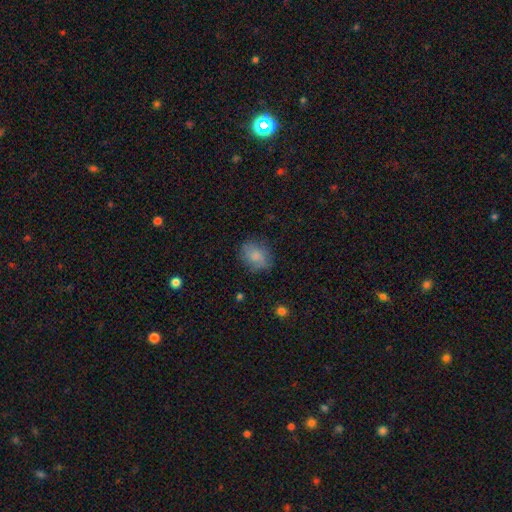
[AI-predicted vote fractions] Overall: smooth (76%). How rounded: in between (52%; round 46%). Merging: none (73%).